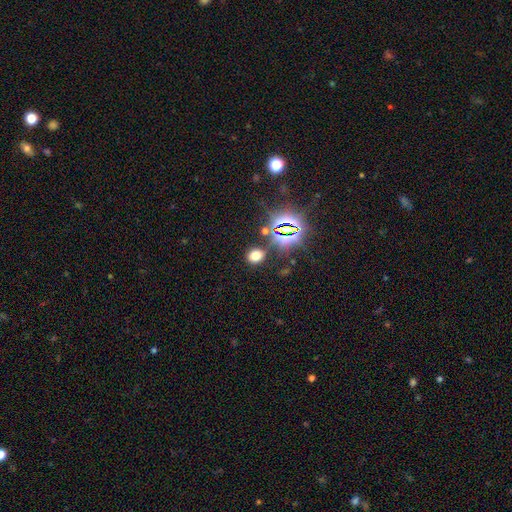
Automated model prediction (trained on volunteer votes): Smooth or featured?
  - smooth: 65% *
  - star or artifact: 28%
  - featured or disk: 8%
How rounded?
  - round: 60% *
  - in between: 39%
  - cigar-shaped: 1%
Merging?
  - none: 83% *
  - minor disturbance: 9%
  - merger: 4%
  - major disturbance: 4%